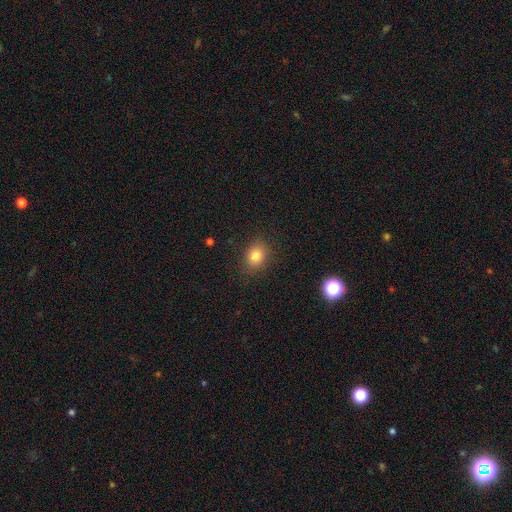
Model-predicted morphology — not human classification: Smooth or featured? smooth (81%)
How rounded? in between (58%)
Merging? none (85%)